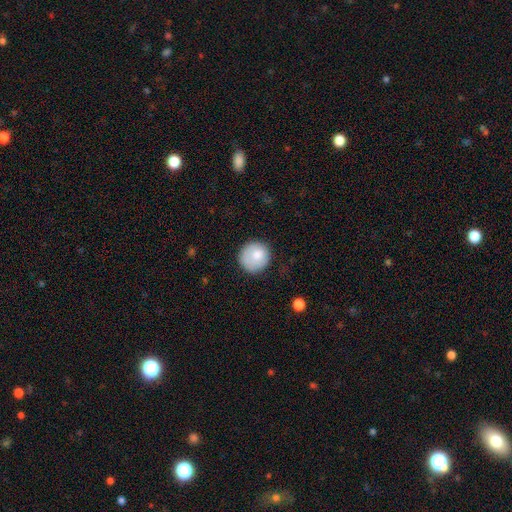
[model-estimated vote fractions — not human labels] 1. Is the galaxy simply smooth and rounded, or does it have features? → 83% smooth, 10% featured or disk, 8% star or artifact.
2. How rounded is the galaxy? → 91% round, 8% in between, 1% cigar-shaped.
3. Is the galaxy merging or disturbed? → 78% none, 16% minor disturbance, 4% major disturbance, 1% merger.